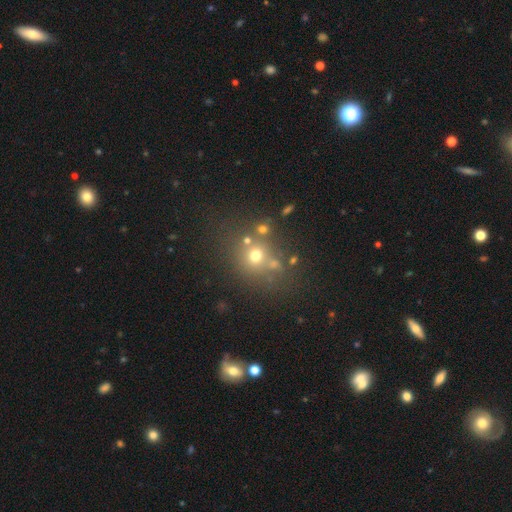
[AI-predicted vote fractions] The model was most divided on "smooth or featured": smooth: 63%, star or artifact: 23%, featured or disk: 14%. More confident: how rounded — round (81%); merging — none (66%).